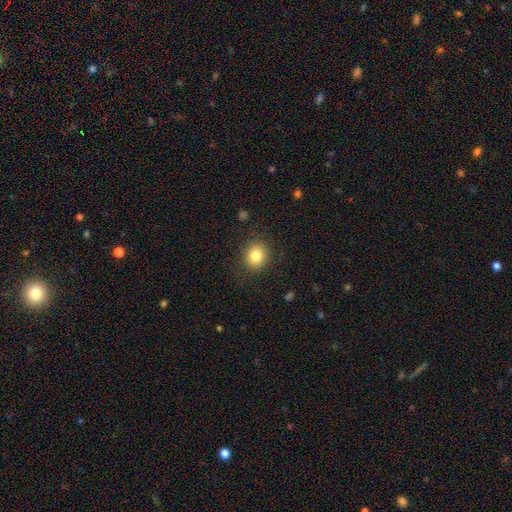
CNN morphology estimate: smooth 82%, star or artifact 10%, featured or disk 7%. Down the decision tree: how rounded — round (75%); merging — none (86%).